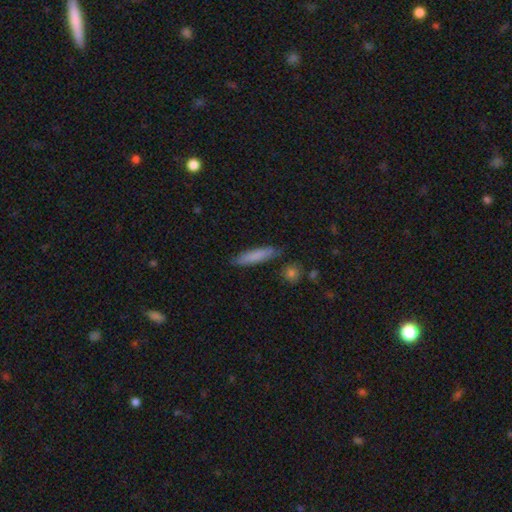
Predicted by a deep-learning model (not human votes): Smooth or featured? Predicted: smooth (p=0.79). How rounded? Predicted: cigar-shaped (p=0.87). Merging? Predicted: none (p=0.84).